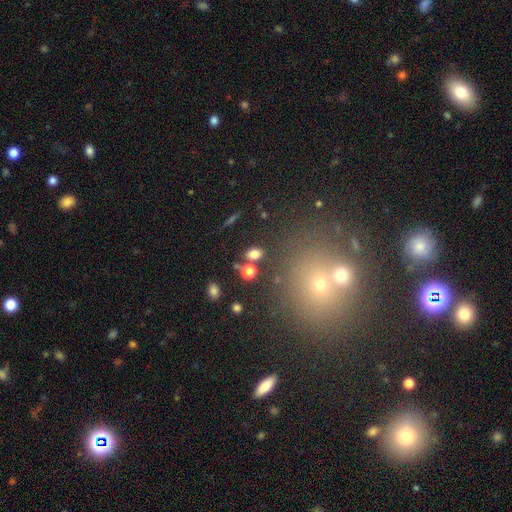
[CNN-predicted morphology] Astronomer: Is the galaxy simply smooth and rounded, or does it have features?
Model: star or artifact — 54%.